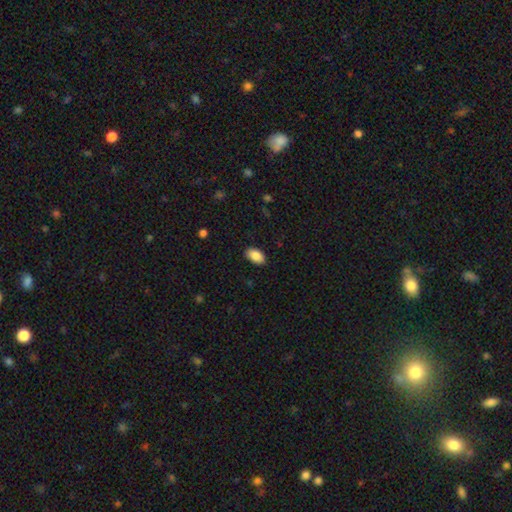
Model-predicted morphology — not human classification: smooth 88%, star or artifact 7%, featured or disk 5%. Down the decision tree: how rounded — in between (94%); merging — none (87%).